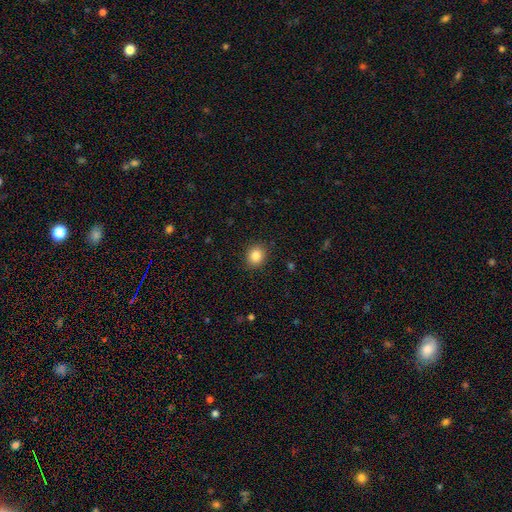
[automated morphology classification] Smooth or featured: smooth — 85% (star or artifact — 10%)
How rounded: round — 73% (in between — 26%)
Merging: none — 90% (minor disturbance — 7%)